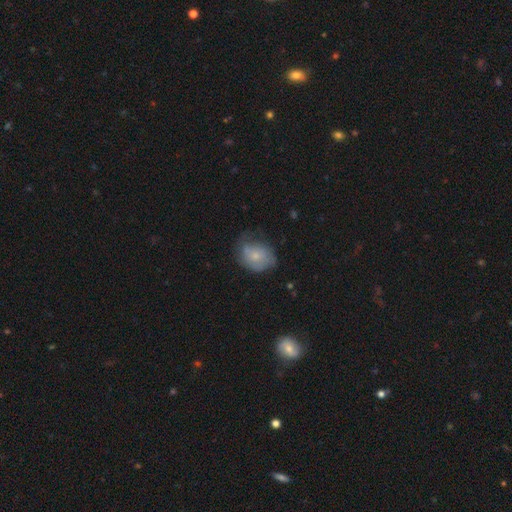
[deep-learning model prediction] Morphology: type=smooth (64%); roundness=round (51%); merging=none (46%).